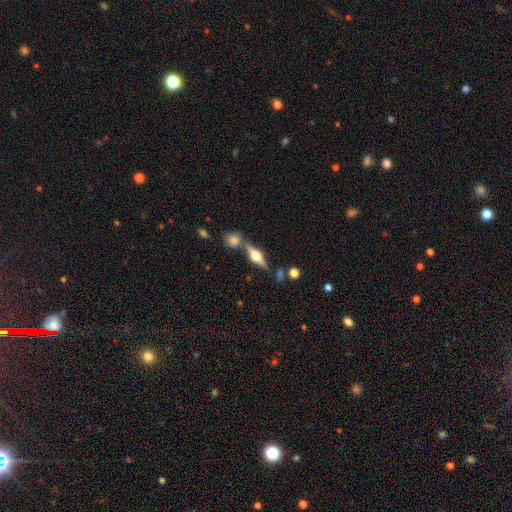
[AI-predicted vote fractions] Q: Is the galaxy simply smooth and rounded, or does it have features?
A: featured or disk — 74%.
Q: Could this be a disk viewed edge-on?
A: yes — 96%.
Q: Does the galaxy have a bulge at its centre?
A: rounded — 94%.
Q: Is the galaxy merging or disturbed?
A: none — 70%.